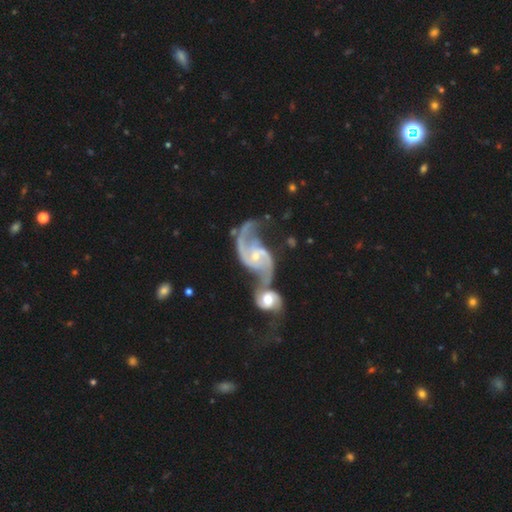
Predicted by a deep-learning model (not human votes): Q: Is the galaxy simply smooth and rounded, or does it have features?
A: featured or disk — 92%.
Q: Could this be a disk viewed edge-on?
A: no — 97%.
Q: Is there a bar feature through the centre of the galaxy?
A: no — 44%.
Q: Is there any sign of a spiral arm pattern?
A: yes — 98%.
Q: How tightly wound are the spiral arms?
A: loose — 44%.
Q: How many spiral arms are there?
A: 2 — 90%.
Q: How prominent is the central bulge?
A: small — 65%.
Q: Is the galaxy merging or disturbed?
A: merger — 62%.